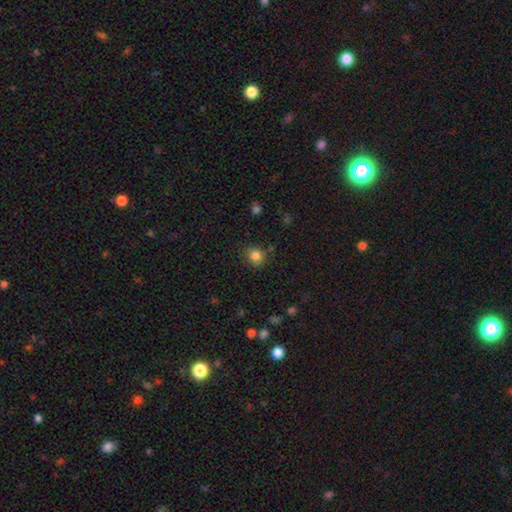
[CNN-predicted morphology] type=smooth (84%); roundness=round (81%); merging=none (80%).